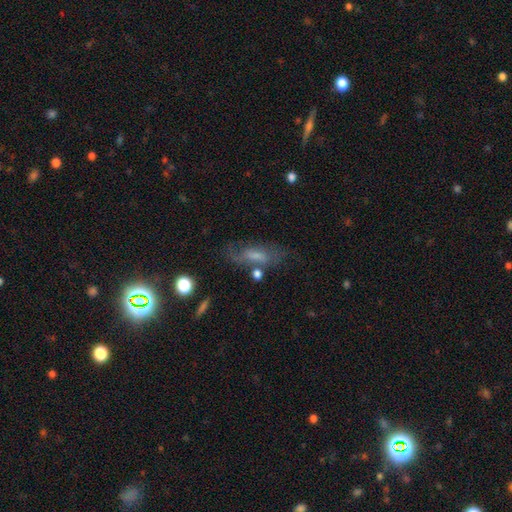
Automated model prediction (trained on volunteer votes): Smooth or featured? featured or disk (48%)
Merging? none (63%)